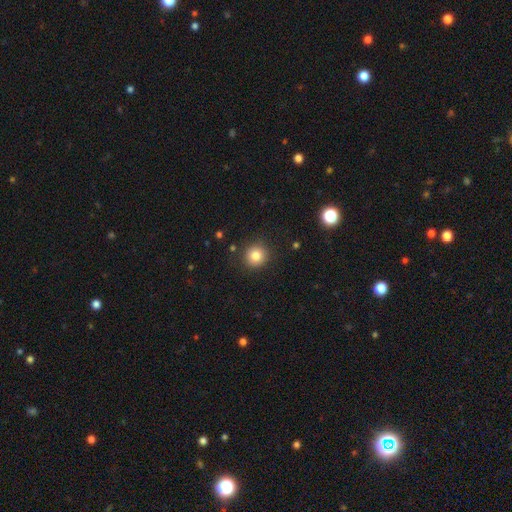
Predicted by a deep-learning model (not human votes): Morphology: type=smooth (82%); roundness=round (91%); merging=none (89%).